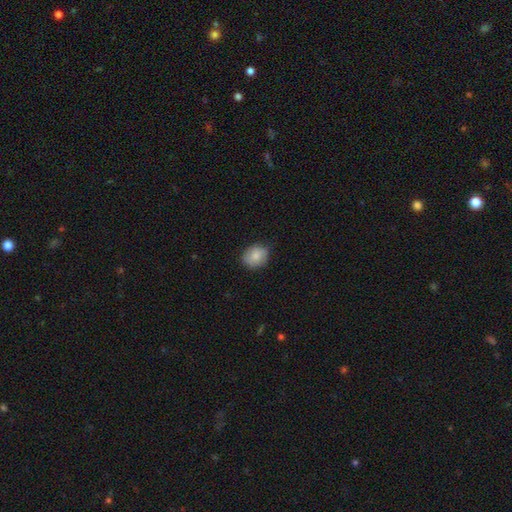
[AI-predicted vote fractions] smooth-or-featured: smooth: 83% | featured or disk: 9% | star or artifact: 7%
  how-rounded: round: 60% | in between: 39% | cigar-shaped: 1%
  merging: none: 80% | minor disturbance: 16% | major disturbance: 3% | merger: 1%